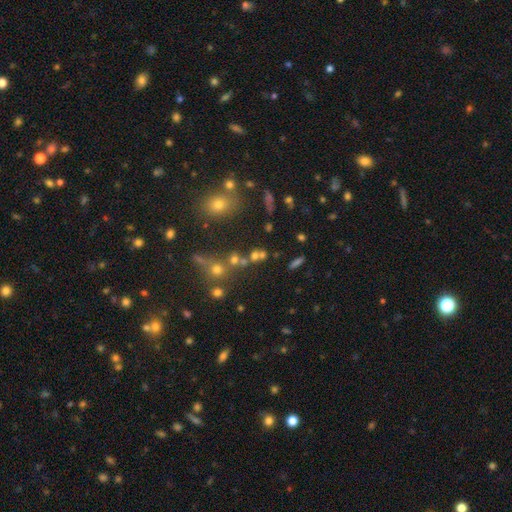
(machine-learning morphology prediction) Smooth or featured? smooth (53%)
How rounded? round (68%)
Merging? none (54%)